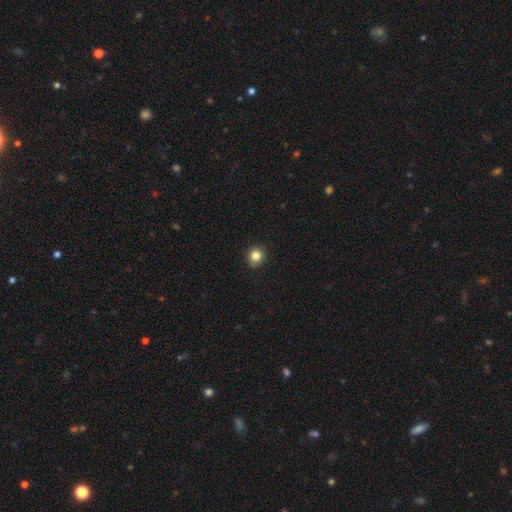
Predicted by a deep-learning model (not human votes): Morphology: type=smooth (83%); roundness=round (91%); merging=none (90%).